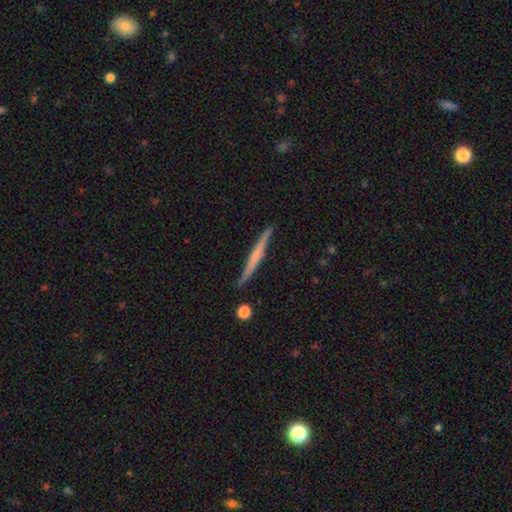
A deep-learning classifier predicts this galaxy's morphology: type=featured or disk (58%); edge-on=yes (97%); edge-on bulge=none (62%); merging=none (87%).